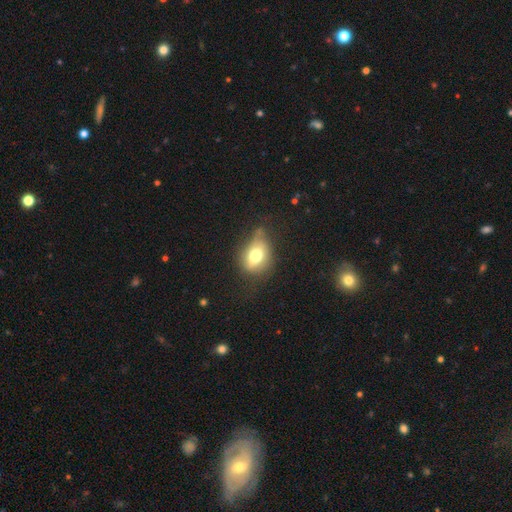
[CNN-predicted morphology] This is likely a smooth galaxy (67%). How rounded: likely in between (62%). Merging: possibly none (47%).